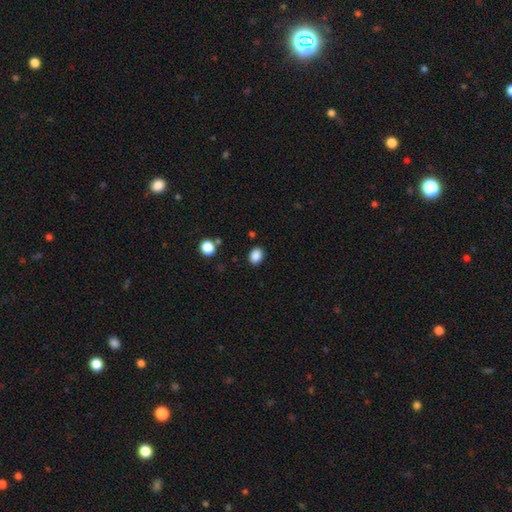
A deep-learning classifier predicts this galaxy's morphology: This is clearly a smooth galaxy (87%). How rounded: likely in between (62%). Merging: clearly none (86%).